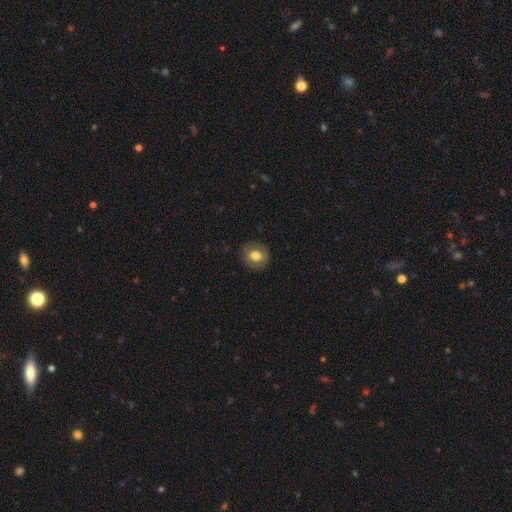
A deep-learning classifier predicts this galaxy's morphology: The model was most divided on "how rounded": round: 75%, in between: 24%, cigar-shaped: 1%. More confident: merging — none (87%); smooth or featured — smooth (76%).